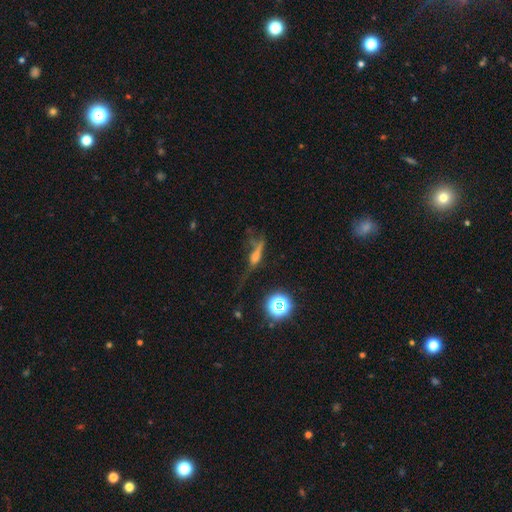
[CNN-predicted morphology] Smooth or featured: featured or disk — 39% (smooth — 38%)
Merging: none — 39% (major disturbance — 33%)